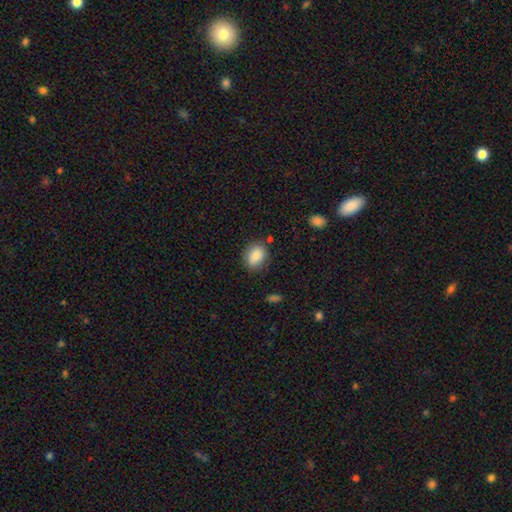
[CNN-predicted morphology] type=smooth (87%); roundness=in between (66%); merging=none (80%).